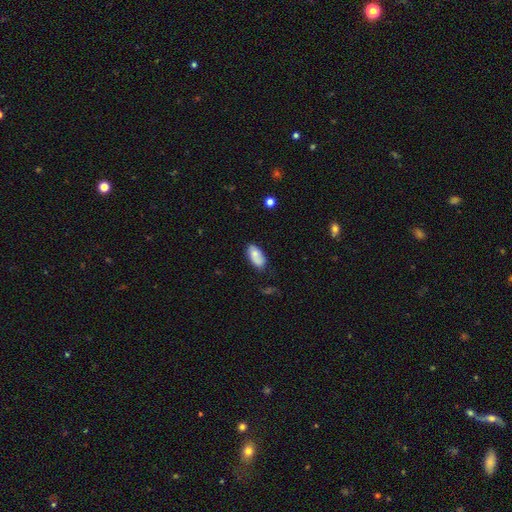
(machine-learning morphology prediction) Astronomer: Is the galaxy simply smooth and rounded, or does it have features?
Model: smooth — 75%.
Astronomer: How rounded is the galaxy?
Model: in between — 93%.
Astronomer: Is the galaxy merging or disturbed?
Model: none — 71%.